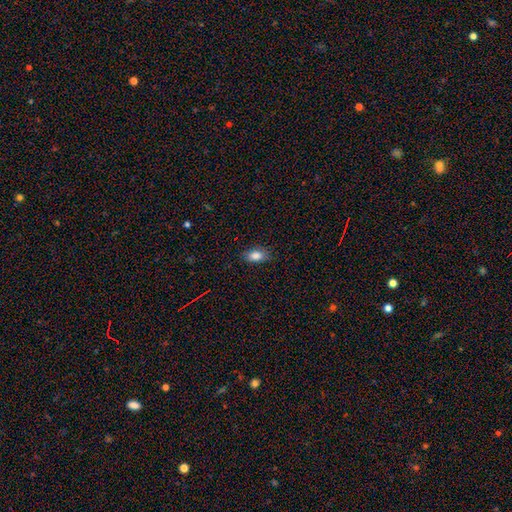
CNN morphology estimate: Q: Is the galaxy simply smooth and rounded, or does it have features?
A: smooth — 84%.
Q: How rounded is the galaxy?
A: in between — 87%.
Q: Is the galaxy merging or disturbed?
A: none — 83%.